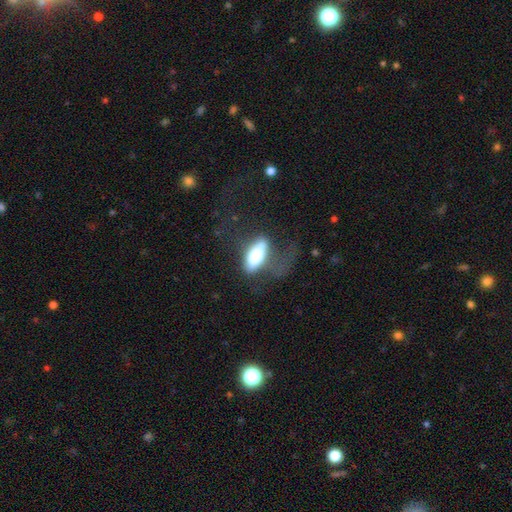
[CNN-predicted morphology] type=smooth (69%); roundness=in between (80%); merging=major disturbance (43%).